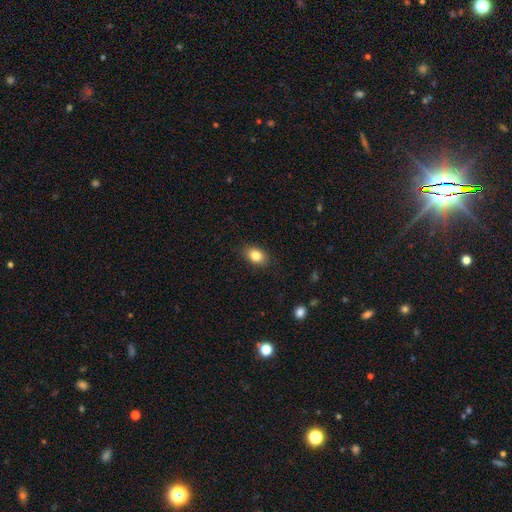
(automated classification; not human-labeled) Smooth or featured: smooth — 83% (star or artifact — 9%)
How rounded: in between — 80% (round — 18%)
Merging: none — 88% (minor disturbance — 9%)